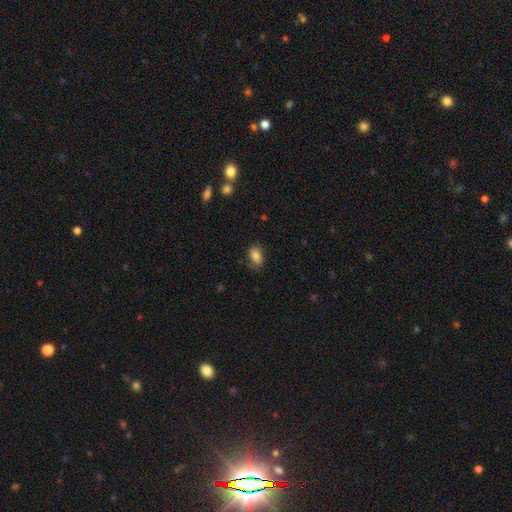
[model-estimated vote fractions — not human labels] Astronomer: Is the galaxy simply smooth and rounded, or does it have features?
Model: smooth — 84%.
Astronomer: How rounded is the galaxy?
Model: in between — 86%.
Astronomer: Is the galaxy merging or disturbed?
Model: none — 75%.